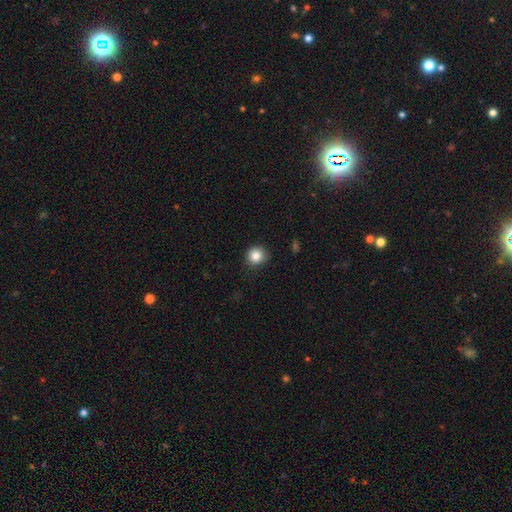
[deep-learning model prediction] Smooth or featured? Predicted: smooth (p=0.85). How rounded? Predicted: round (p=0.90). Merging? Predicted: none (p=0.86).